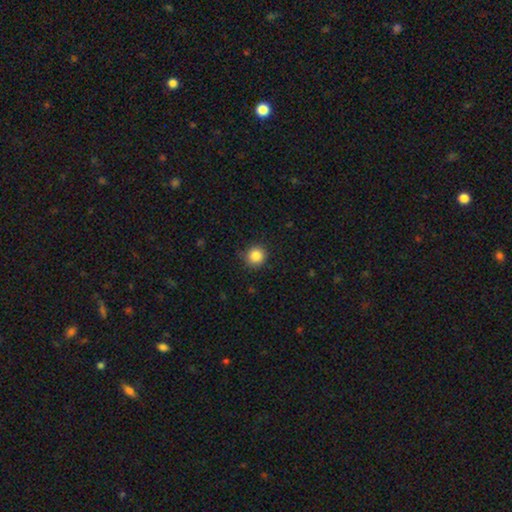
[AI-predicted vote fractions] smooth 85%, star or artifact 11%, featured or disk 4%. Down the decision tree: how rounded — round (94%); merging — none (88%).